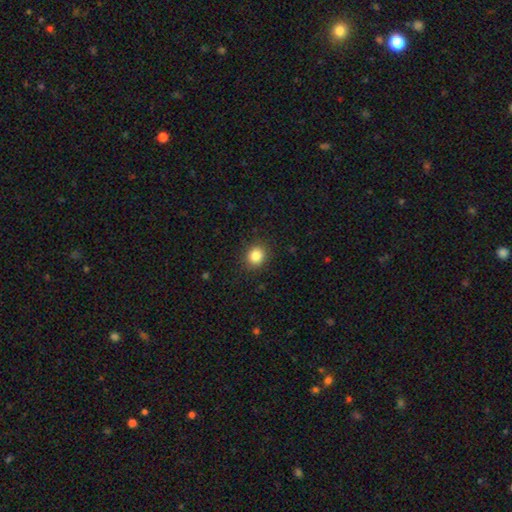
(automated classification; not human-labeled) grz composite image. It shows a smooth galaxy with no disk features (85%) that is round (81%). Merging: none (89%).